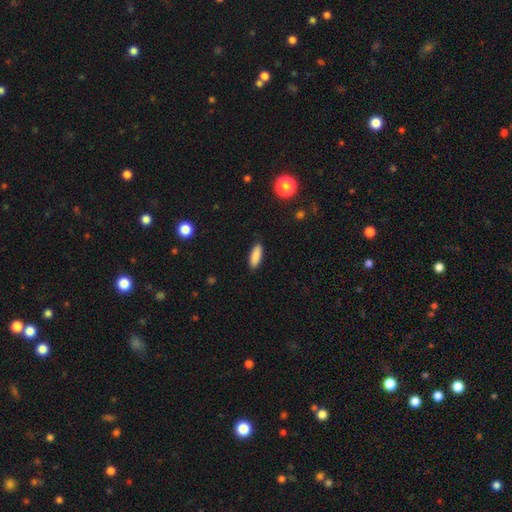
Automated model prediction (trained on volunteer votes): Smooth or featured?
  - smooth: 88% *
  - star or artifact: 7%
  - featured or disk: 5%
How rounded?
  - in between: 59% *
  - cigar-shaped: 39%
  - round: 2%
Merging?
  - none: 90% *
  - minor disturbance: 8%
  - major disturbance: 2%
  - merger: 1%